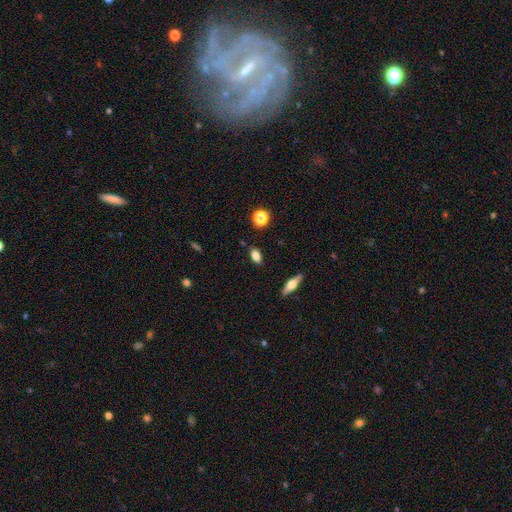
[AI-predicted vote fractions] Q: Smooth or featured?
A: smooth (77%); runner-up: featured or disk (13%)
Q: How rounded?
A: in between (80%); runner-up: cigar-shaped (10%)
Q: Merging?
A: none (85%); runner-up: minor disturbance (10%)